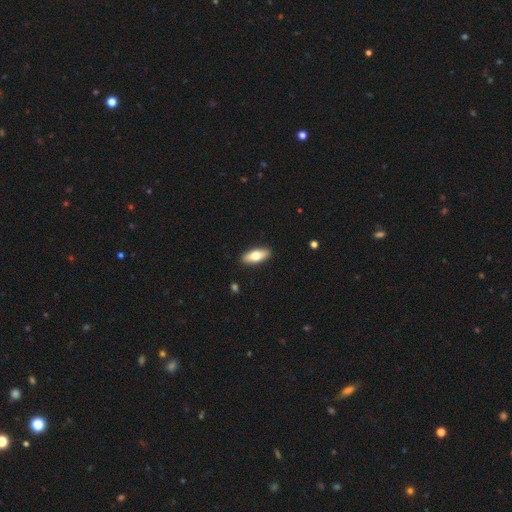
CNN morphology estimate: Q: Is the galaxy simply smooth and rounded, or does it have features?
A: smooth — 69%.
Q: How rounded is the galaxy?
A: in between — 77%.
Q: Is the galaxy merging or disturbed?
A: none — 90%.